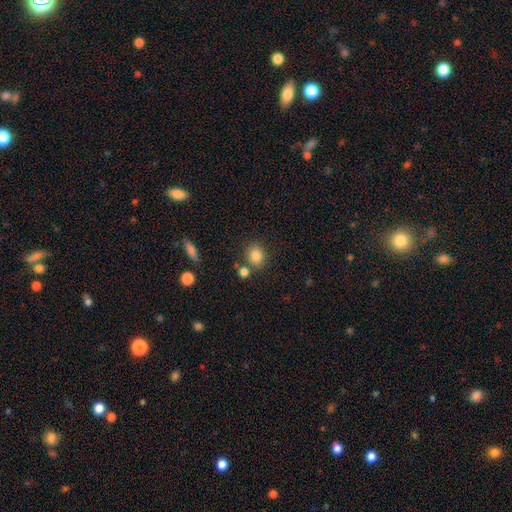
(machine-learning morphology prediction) Overall: smooth (84%). How rounded: round (67%; in between 32%). Merging: none (75%).